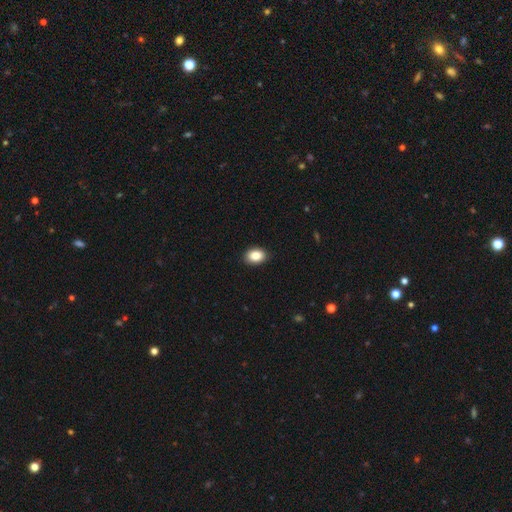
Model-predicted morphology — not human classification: Smooth or featured: smooth — 87% (star or artifact — 8%)
How rounded: in between — 76% (round — 23%)
Merging: none — 90% (minor disturbance — 8%)